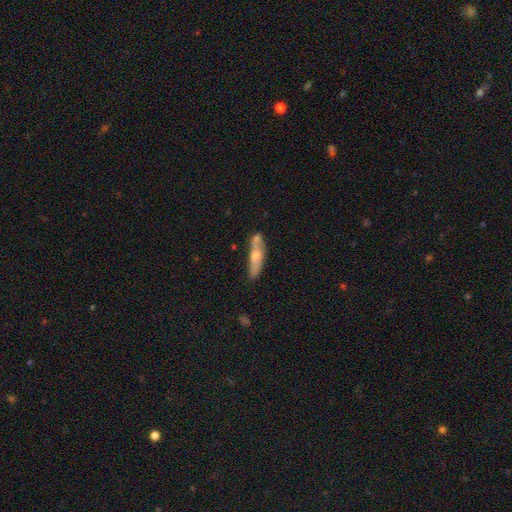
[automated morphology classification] Smooth or featured: smooth — 52% (featured or disk — 42%)
How rounded: cigar-shaped — 63% (in between — 35%)
Merging: none — 49% (minor disturbance — 23%)